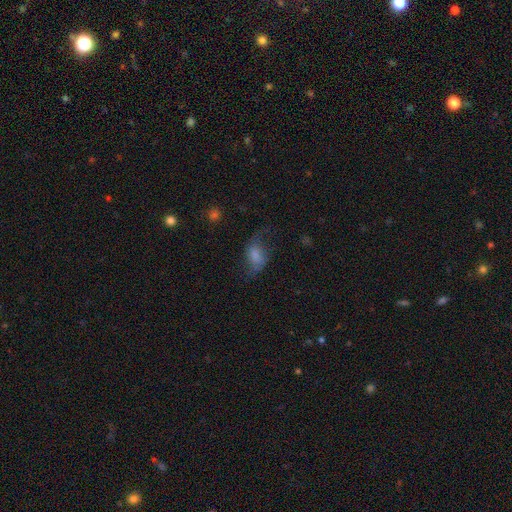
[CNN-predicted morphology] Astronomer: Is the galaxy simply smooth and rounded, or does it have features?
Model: smooth — 56% (runner-up: featured or disk, 34%).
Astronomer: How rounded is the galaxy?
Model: in between — 85%.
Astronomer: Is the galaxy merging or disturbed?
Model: none — 43% (runner-up: major disturbance, 29%).